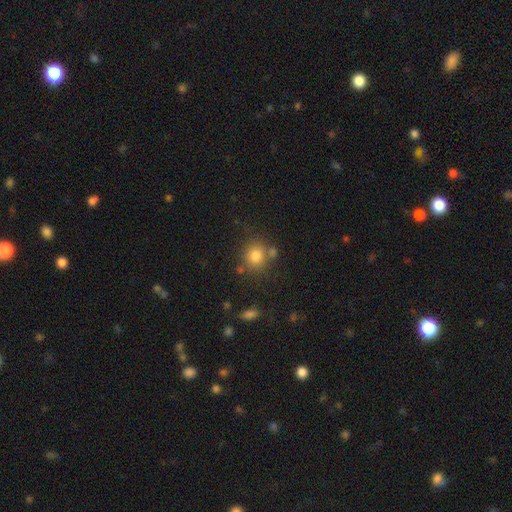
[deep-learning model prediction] smooth_or_featured: smooth (p=0.81) [alt: star or artifact p=0.11]
how_rounded: round (p=0.82) [alt: in between p=0.17]
merging: none (p=0.69) [alt: merger p=0.14]